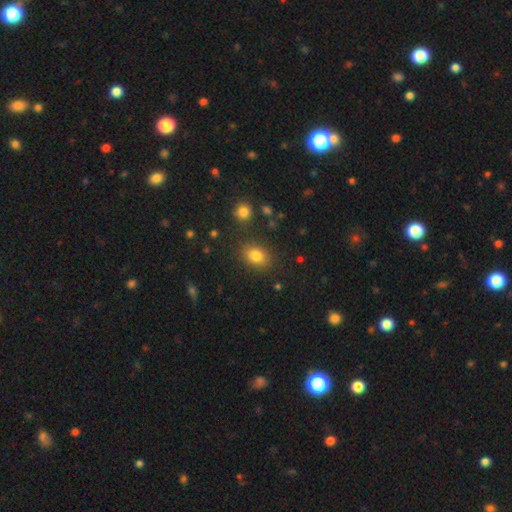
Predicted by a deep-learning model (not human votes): A smooth galaxy with no disk features (81%) that is in between round and cigar-shaped (63%).

Vote fractions:
- Smooth or featured? smooth: 81% / star or artifact: 12% / featured or disk: 7%
- How rounded? in between: 63% / round: 36% / cigar-shaped: 1%
- Merging? none: 83% / minor disturbance: 11% / major disturbance: 3% / merger: 3%